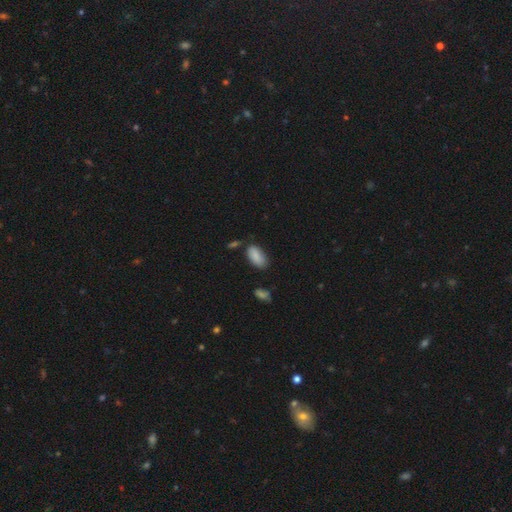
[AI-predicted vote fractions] The model was most divided on "merging": none: 70%, minor disturbance: 21%, merger: 4%, major disturbance: 4%. More confident: how rounded — in between (93%); smooth or featured — smooth (87%).